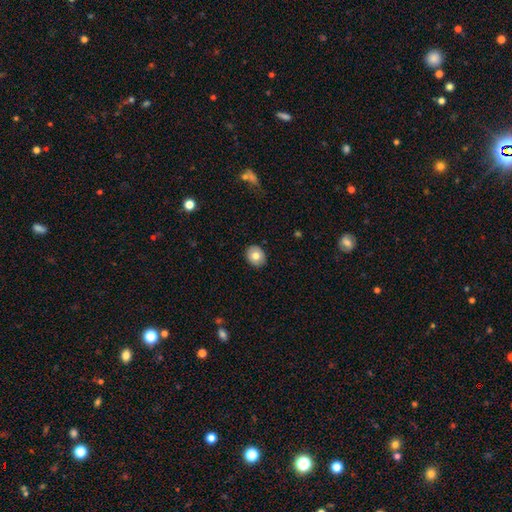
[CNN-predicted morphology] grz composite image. It shows a smooth galaxy with no disk features (75%) that is round (65%). Merging: none (89%).